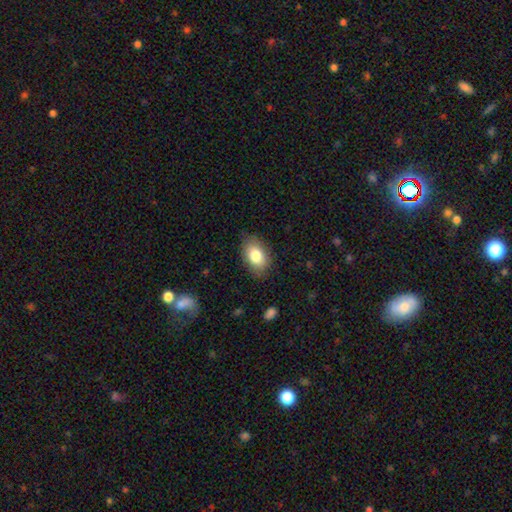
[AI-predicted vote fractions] A smooth galaxy with no disk features (81%) that is in between round and cigar-shaped (88%).

Vote fractions:
- Smooth or featured? smooth: 81% / featured or disk: 11% / star or artifact: 7%
- How rounded? in between: 88% / round: 10% / cigar-shaped: 1%
- Merging? none: 81% / minor disturbance: 14% / major disturbance: 3% / merger: 1%